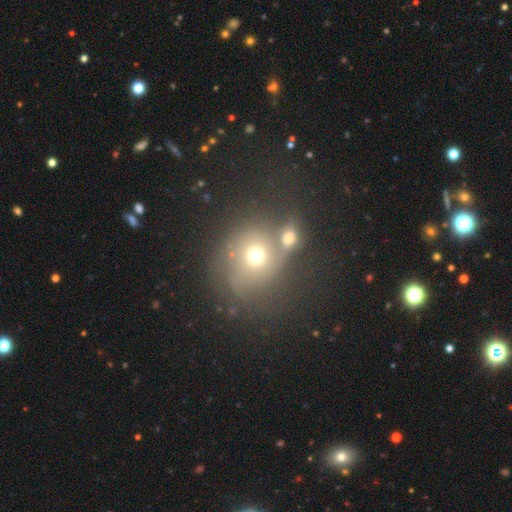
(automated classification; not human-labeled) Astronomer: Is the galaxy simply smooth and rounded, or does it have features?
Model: smooth — 63%.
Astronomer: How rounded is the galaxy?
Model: round — 75%.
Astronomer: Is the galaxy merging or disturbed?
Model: merger — 46% (runner-up: none, 35%).